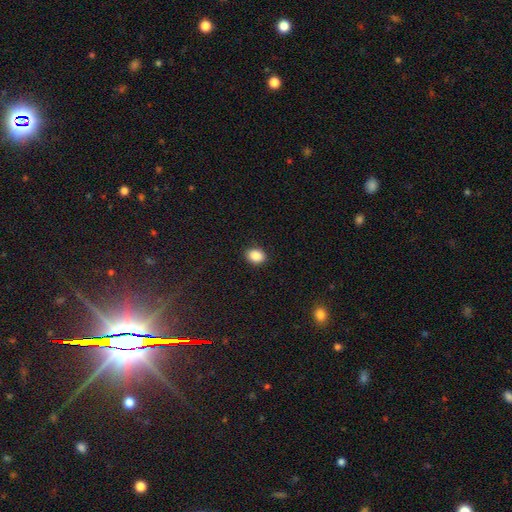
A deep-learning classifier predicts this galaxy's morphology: Smooth or featured: smooth — 88% (star or artifact — 8%)
How rounded: in between — 66% (round — 33%)
Merging: none — 90% (minor disturbance — 7%)